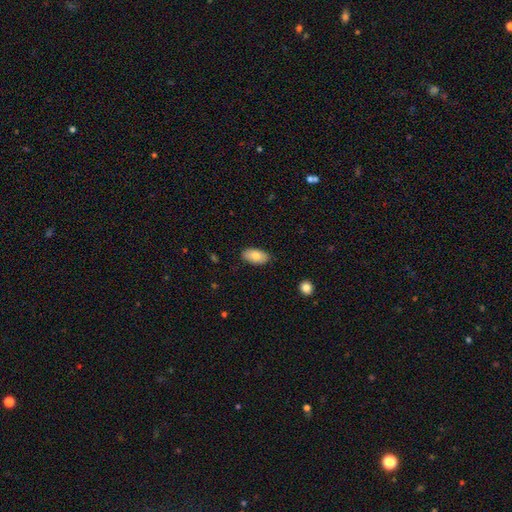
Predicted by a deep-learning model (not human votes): Overall: smooth (77%). How rounded: in between (94%). Merging: none (85%).